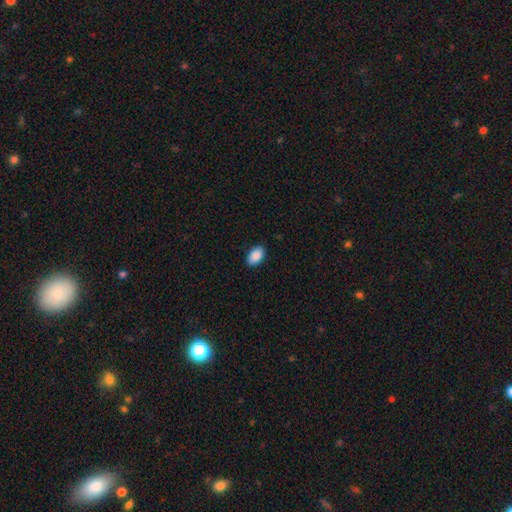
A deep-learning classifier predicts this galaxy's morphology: smooth-or-featured: smooth: 90% | star or artifact: 7% | featured or disk: 3%
  how-rounded: in between: 93% | round: 5% | cigar-shaped: 1%
  merging: none: 89% | minor disturbance: 8% | major disturbance: 2% | merger: 1%